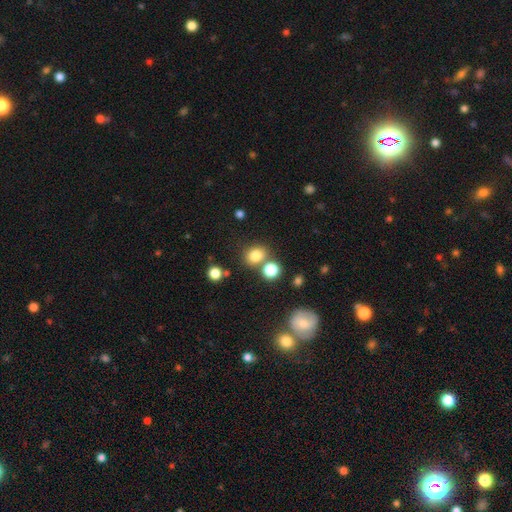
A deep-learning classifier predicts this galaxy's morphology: The model was most divided on "how rounded": round: 66%, in between: 33%, cigar-shaped: 1%. More confident: smooth or featured — smooth (79%); merging — none (66%).